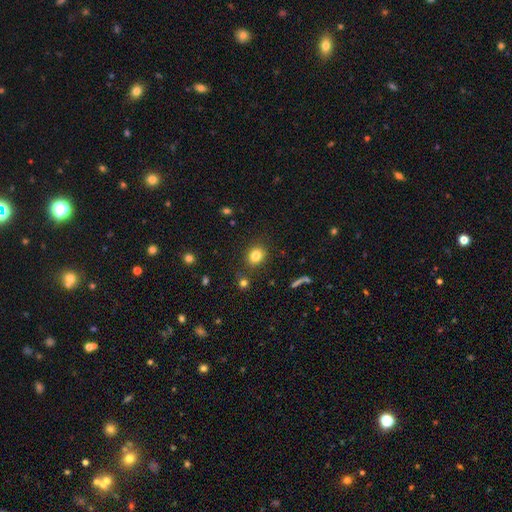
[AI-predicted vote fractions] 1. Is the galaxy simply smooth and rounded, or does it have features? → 82% smooth, 11% star or artifact, 7% featured or disk.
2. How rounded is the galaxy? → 63% round, 36% in between, 1% cigar-shaped.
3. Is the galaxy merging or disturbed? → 85% none, 9% minor disturbance, 3% merger, 3% major disturbance.